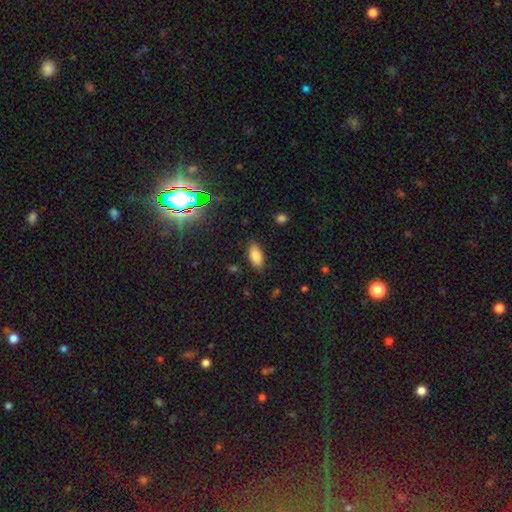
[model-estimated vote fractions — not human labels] This appears to be a smooth galaxy with no disk features (82%) that is in between round and cigar-shaped (90%). Merging: none (86%).